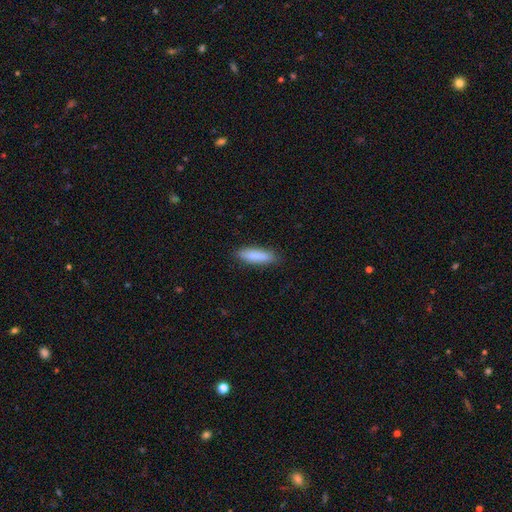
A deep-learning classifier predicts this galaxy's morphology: Smooth or featured? smooth (84%)
How rounded? cigar-shaped (63%)
Merging? none (86%)